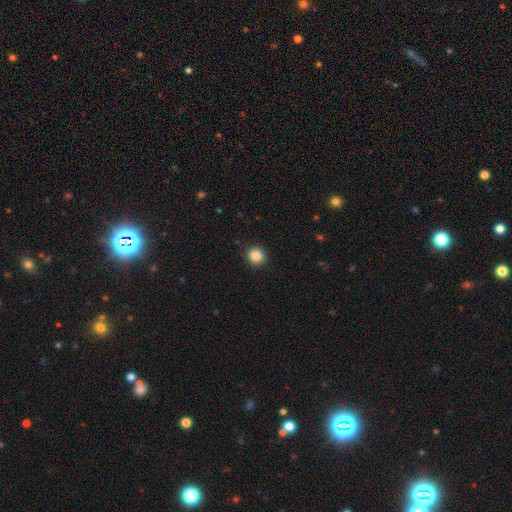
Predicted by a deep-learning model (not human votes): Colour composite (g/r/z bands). It shows a smooth galaxy with no disk features (85%) that is round (85%). Merging: none (92%).